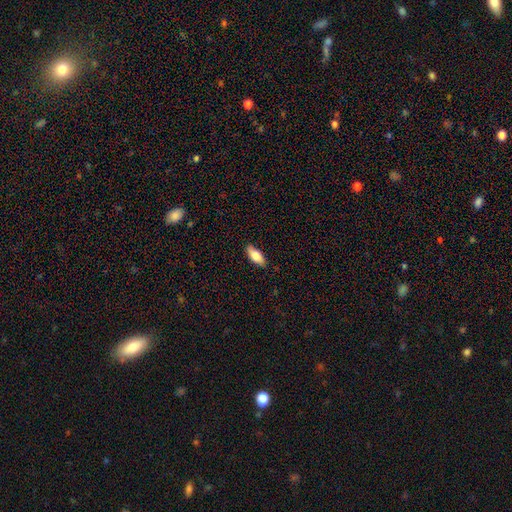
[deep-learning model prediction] A smooth galaxy with no disk features (77%) that is in between round and cigar-shaped (81%).

Vote fractions:
- Smooth or featured? smooth: 77% / featured or disk: 16% / star or artifact: 6%
- How rounded? in between: 81% / cigar-shaped: 17% / round: 2%
- Merging? none: 85% / minor disturbance: 12% / major disturbance: 2% / merger: 1%